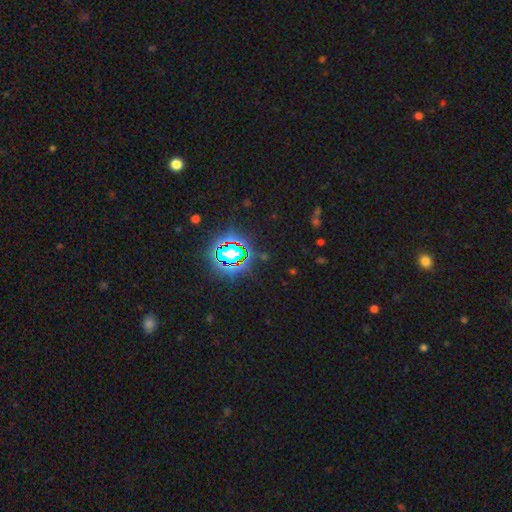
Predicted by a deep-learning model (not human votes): This appears to be a star or artifact, not a galaxy (80%).